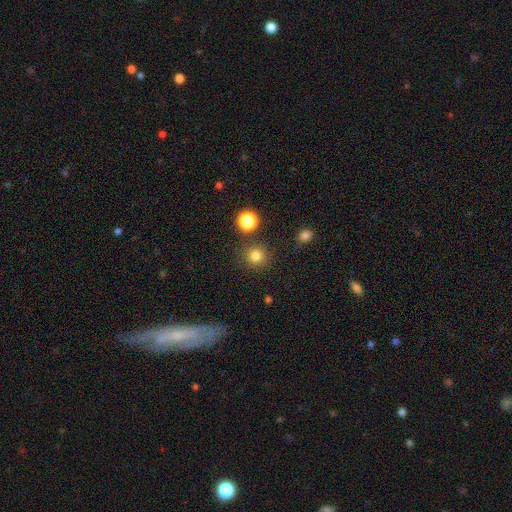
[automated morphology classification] Overall: smooth (80%). How rounded: round (92%). Merging: none (87%).